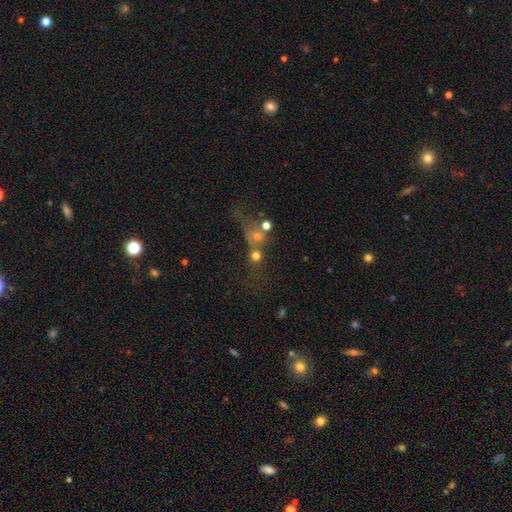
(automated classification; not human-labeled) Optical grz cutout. It shows a smooth galaxy with no disk features (60%) that is round (79%). Merging: merger (44%).